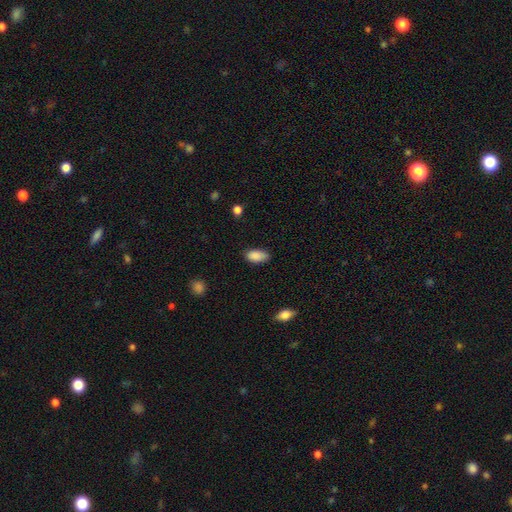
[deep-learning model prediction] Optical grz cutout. It shows a smooth galaxy with no disk features (88%) that is in between round and cigar-shaped (93%). Merging: none (78%).